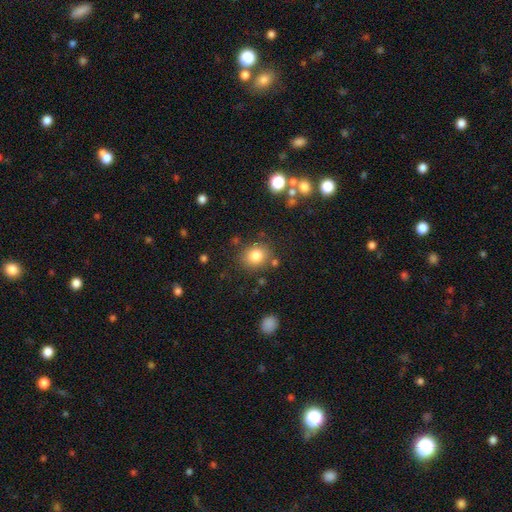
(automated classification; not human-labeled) A smooth galaxy with no disk features (81%) that is round (72%). Merging: none (81%).